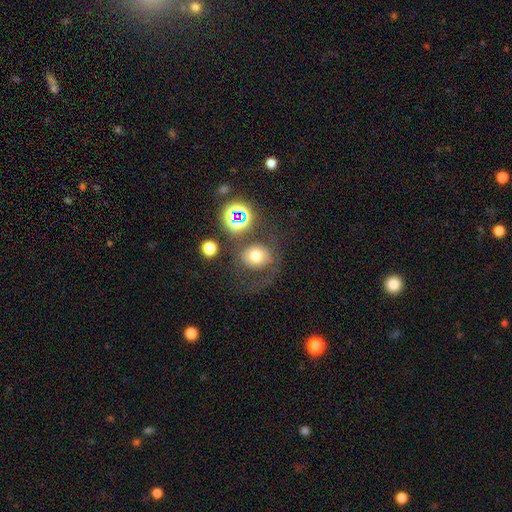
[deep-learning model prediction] Smooth or featured?
  - smooth: 62% *
  - featured or disk: 22%
  - star or artifact: 17%
How rounded?
  - round: 74% *
  - in between: 25%
  - cigar-shaped: 1%
Merging?
  - none: 46% *
  - major disturbance: 26%
  - minor disturbance: 18%
  - merger: 10%